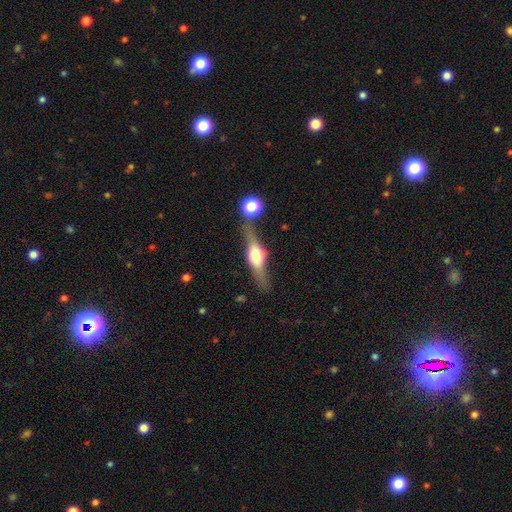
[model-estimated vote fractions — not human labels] This is likely a featured or disk galaxy (71%). It is clearly viewed edge-on (93%). Edge-on bulge: clearly rounded (93%). Merging: likely none (67%).